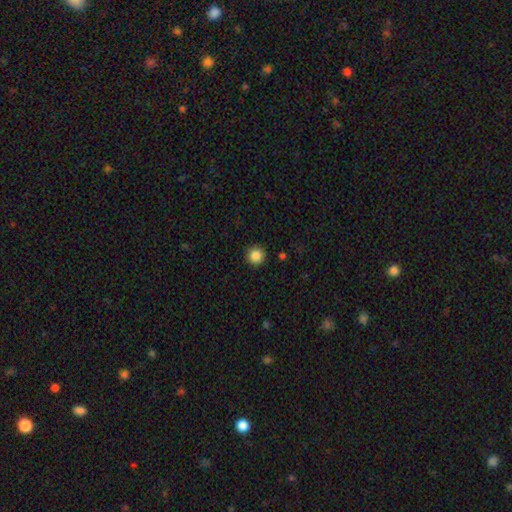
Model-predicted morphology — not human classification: Smooth or featured? smooth (87%)
How rounded? round (95%)
Merging? none (92%)